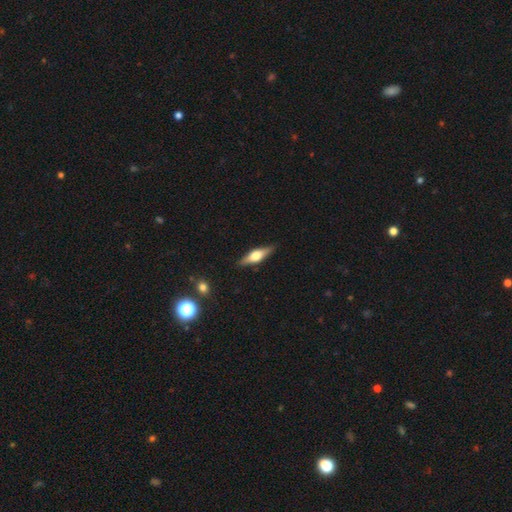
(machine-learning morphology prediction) This is possibly a featured or disk galaxy (60%). It is clearly viewed edge-on (94%). Edge-on bulge: clearly rounded (91%). Merging: clearly none (88%).